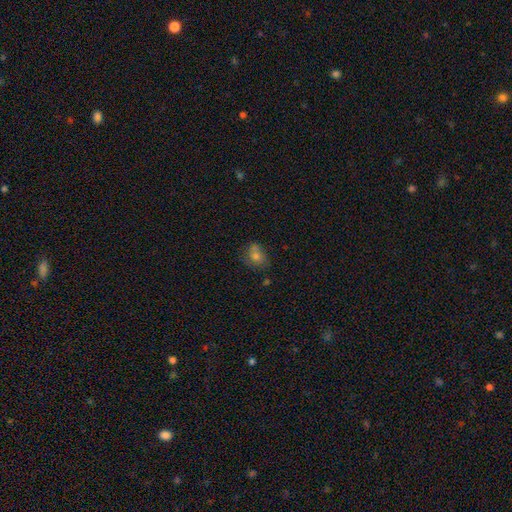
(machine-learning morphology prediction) Overall: smooth (65%). How rounded: round (57%; in between 42%). Merging: none (56%; minor disturbance 19%).